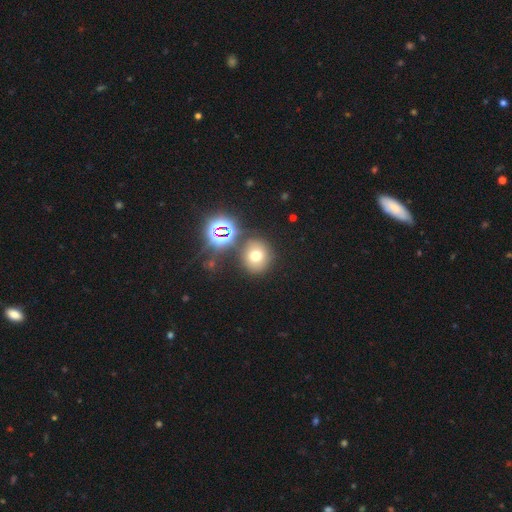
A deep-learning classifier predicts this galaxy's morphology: Smooth or featured?
  - smooth: 64% *
  - star or artifact: 25%
  - featured or disk: 12%
How rounded?
  - round: 81% *
  - in between: 18%
  - cigar-shaped: 1%
Merging?
  - none: 78% *
  - minor disturbance: 9%
  - merger: 9%
  - major disturbance: 4%